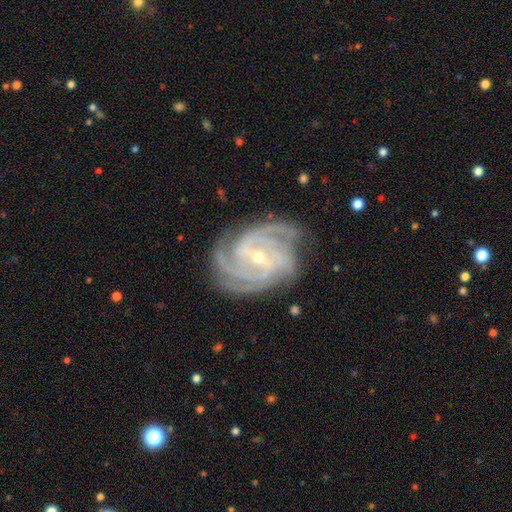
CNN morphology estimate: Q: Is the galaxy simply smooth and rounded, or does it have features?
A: featured or disk — 90%.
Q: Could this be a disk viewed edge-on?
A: no — 97%.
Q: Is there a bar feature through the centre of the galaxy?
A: no — 38%.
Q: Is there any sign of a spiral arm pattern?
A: yes — 99%.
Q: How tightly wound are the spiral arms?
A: tight — 70%.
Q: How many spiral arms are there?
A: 4 — 32%.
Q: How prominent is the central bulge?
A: small — 66%.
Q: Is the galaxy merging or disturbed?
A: none — 79%.